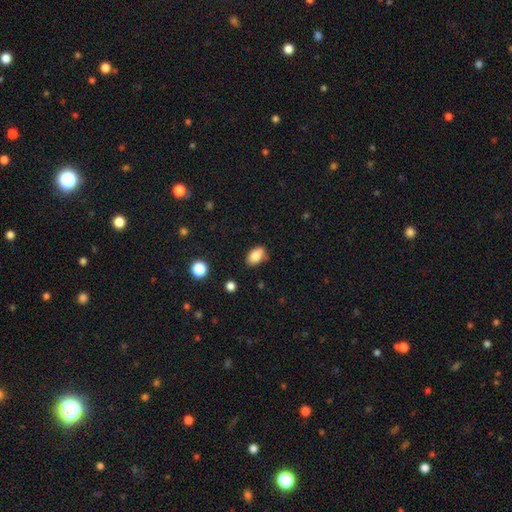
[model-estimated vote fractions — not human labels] Smooth or featured: smooth — 85% (star or artifact — 8%)
How rounded: in between — 89% (round — 9%)
Merging: none — 76% (minor disturbance — 18%)